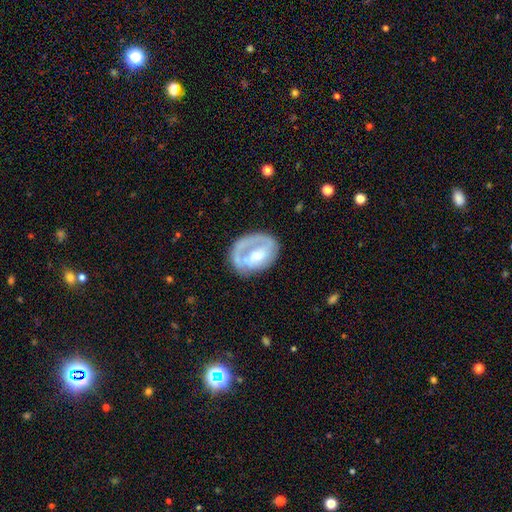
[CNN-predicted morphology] Smooth or featured? featured or disk (61%)
Edge-on disk? no (97%)
Bar? no (56%)
Spiral arms? yes (59%)
Bulge size? moderate (44%)
Merging? none (54%)